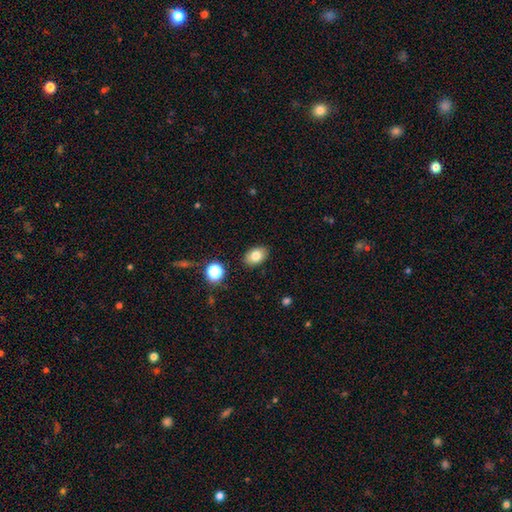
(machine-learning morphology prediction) smooth 81%, star or artifact 10%, featured or disk 9%. Down the decision tree: how rounded — in between (83%); merging — none (88%).